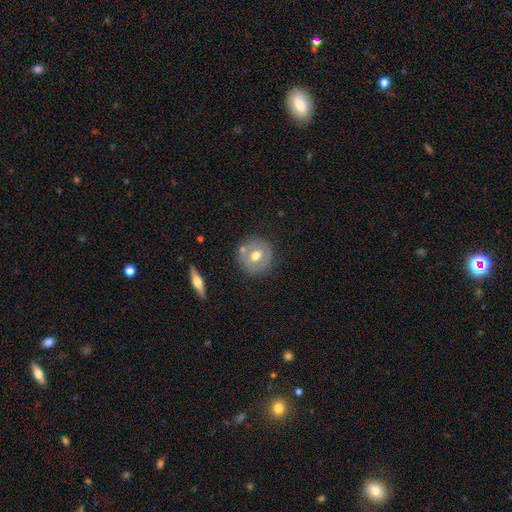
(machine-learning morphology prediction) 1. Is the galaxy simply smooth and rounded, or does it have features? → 50% smooth, 43% featured or disk, 7% star or artifact.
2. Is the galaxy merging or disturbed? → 77% none, 11% minor disturbance, 8% merger, 4% major disturbance.